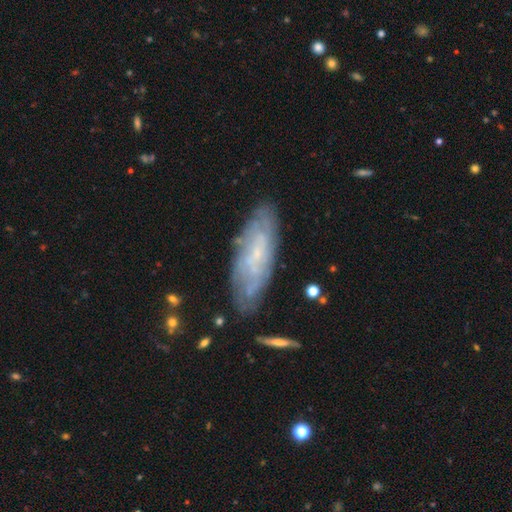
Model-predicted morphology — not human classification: featured or disk 60%, smooth 33%, star or artifact 8%. Down the decision tree: edge-on disk — no (78%); merging — none (75%).